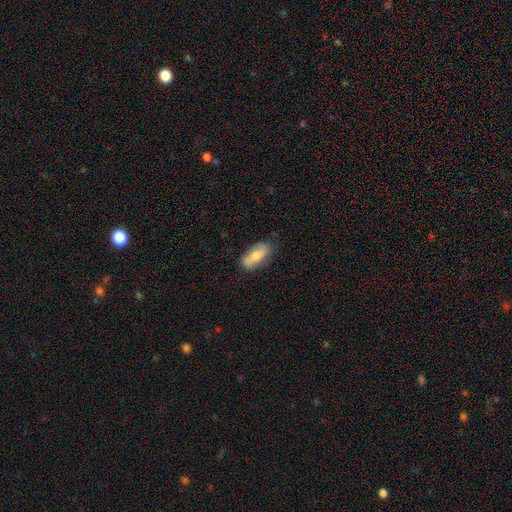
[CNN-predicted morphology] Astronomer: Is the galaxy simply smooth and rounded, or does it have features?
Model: smooth — 67%.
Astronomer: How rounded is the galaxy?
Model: in between — 82%.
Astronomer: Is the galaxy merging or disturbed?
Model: none — 69%.